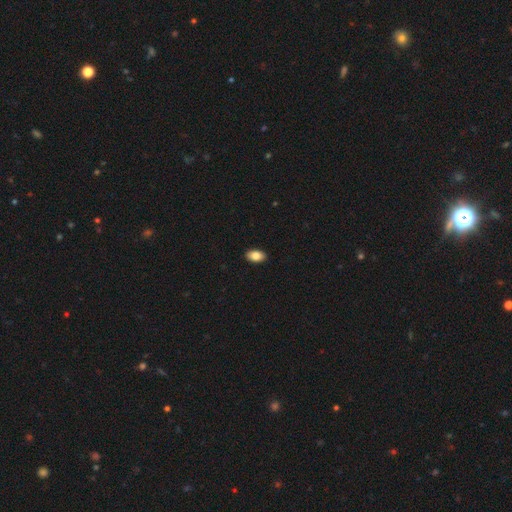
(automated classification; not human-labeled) The model was most divided on "smooth or featured": smooth: 85%, star or artifact: 8%, featured or disk: 7%. More confident: how rounded — in between (91%); merging — none (91%).